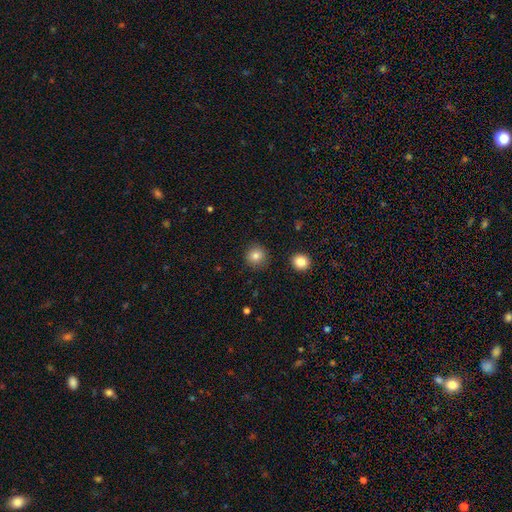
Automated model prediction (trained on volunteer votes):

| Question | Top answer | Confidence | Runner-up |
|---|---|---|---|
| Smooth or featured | smooth | 82% | star or artifact (11%) |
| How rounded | round | 93% | in between (7%) |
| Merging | none | 89% | minor disturbance (7%) |